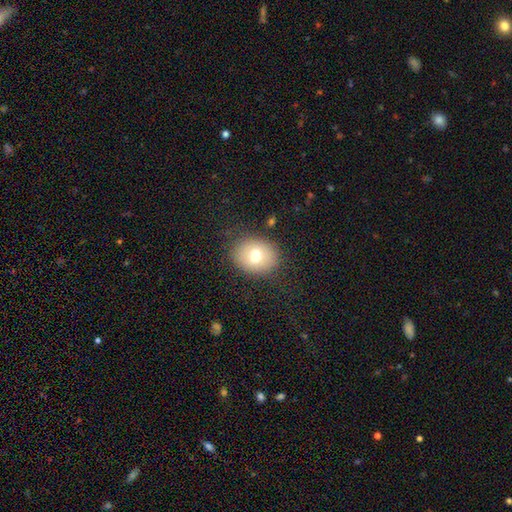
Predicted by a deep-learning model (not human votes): This is likely a smooth galaxy (71%). How rounded: possibly round (55%). Merging: clearly none (84%).